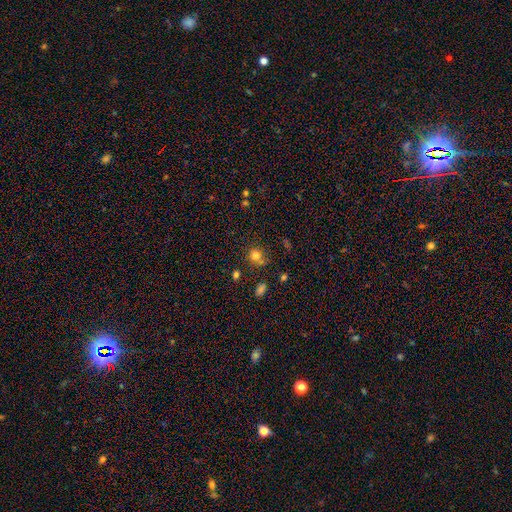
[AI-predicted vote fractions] Q: Smooth or featured?
A: smooth (78%); runner-up: star or artifact (14%)
Q: How rounded?
A: round (86%); runner-up: in between (13%)
Q: Merging?
A: none (66%); runner-up: minor disturbance (15%)